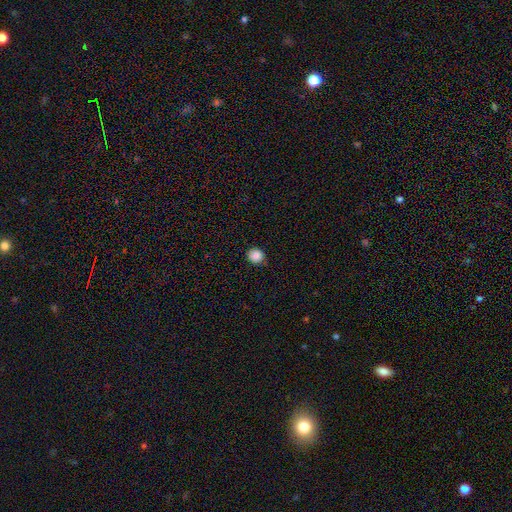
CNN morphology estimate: This appears to be a smooth galaxy with no disk features (87%) that is round (82%). Merging: none (83%).